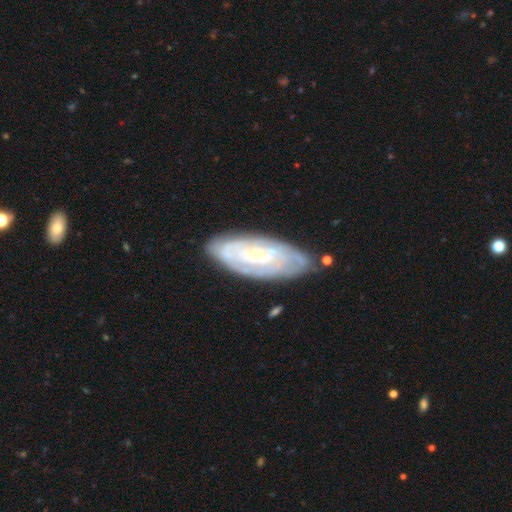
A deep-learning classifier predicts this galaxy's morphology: Smooth or featured: featured or disk — 74% (smooth — 20%)
Edge-on disk: no — 90% (yes — 10%)
Bar: no — 58% (weak — 33%)
Spiral arms: yes — 83% (no — 17%)
Spiral winding: tight — 73% (medium — 21%)
Spiral arm count: can't tell — 59% (2 — 19%)
Bulge size: small — 60% (moderate — 33%)
Merging: none — 72% (minor disturbance — 20%)